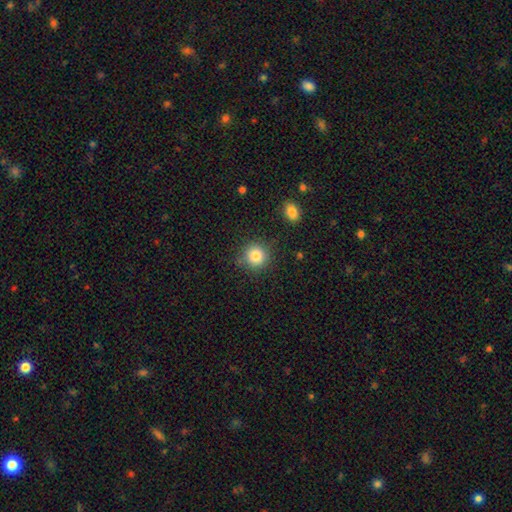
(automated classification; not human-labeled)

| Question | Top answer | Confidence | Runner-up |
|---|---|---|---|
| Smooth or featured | smooth | 84% | star or artifact (11%) |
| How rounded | round | 91% | in between (8%) |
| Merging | none | 84% | minor disturbance (10%) |